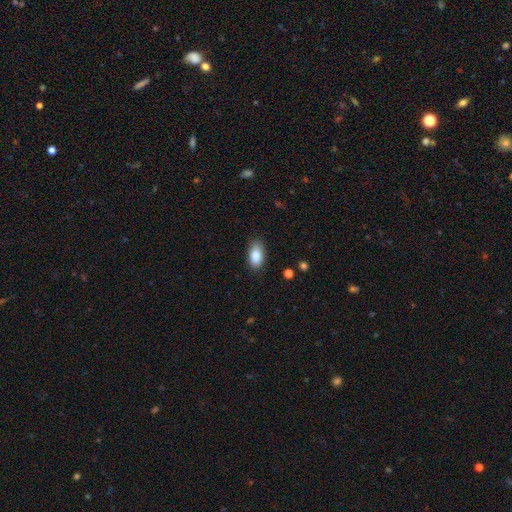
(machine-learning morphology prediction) smooth 86%, star or artifact 7%, featured or disk 7%. Down the decision tree: how rounded — in between (92%); merging — none (84%).